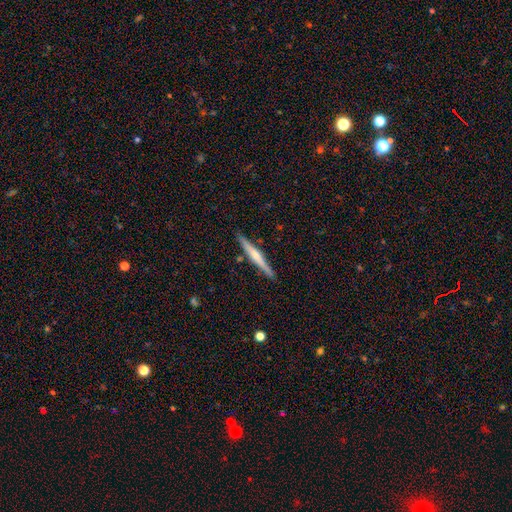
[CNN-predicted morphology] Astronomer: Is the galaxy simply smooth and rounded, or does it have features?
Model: featured or disk — 58% (runner-up: smooth, 36%).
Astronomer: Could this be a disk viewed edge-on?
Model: yes — 97%.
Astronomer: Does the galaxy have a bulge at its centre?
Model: rounded — 67%.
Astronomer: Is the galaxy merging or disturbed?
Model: none — 89%.